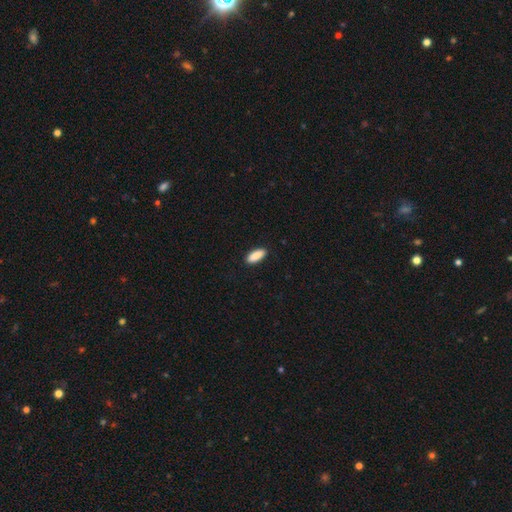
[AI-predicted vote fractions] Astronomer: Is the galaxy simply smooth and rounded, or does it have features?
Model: smooth — 90%.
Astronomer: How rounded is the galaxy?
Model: in between — 77%.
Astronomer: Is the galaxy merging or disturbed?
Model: none — 90%.